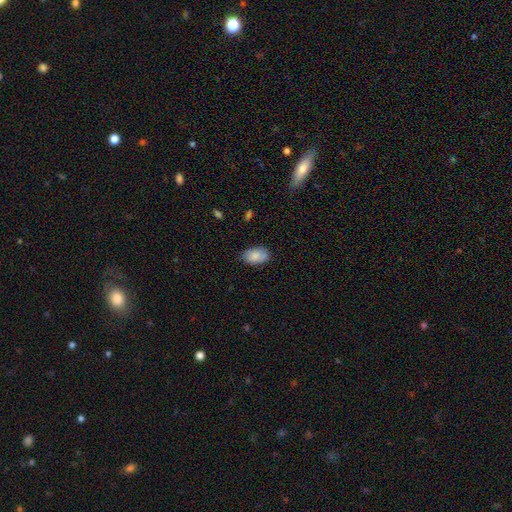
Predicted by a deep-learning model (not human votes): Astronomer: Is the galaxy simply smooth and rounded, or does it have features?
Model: smooth — 83%.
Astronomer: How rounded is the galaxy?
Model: in between — 90%.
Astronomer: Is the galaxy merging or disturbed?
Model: none — 76%.